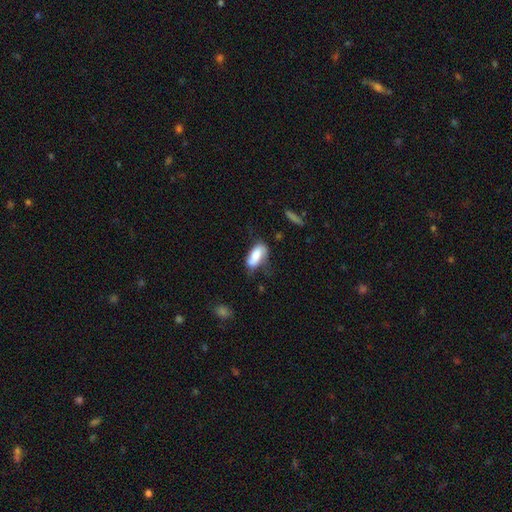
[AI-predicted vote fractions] This is likely a smooth galaxy (70%). How rounded: clearly in between (85%). Merging: marginally none (43%).